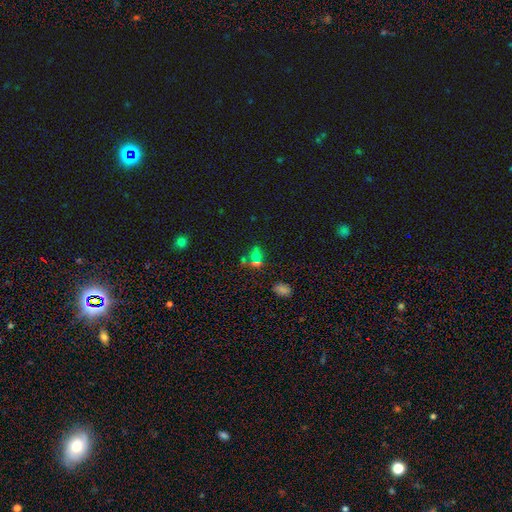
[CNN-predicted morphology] A smooth galaxy with no disk features (50%) that is round (49%).

Vote fractions:
- Smooth or featured? smooth: 50% / star or artifact: 34% / featured or disk: 16%
- How rounded? round: 49% / in between: 47% / cigar-shaped: 4%
- Merging? none: 41% / merger: 40% / minor disturbance: 11% / major disturbance: 7%